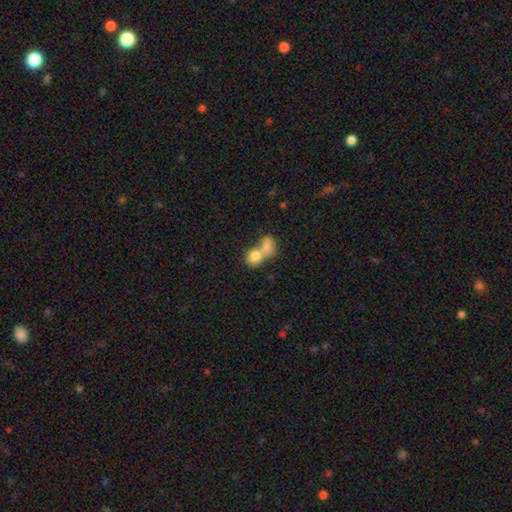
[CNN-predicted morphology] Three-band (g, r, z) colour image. It shows a smooth galaxy with no disk features (80%) that is round (54%). Merging: merger (68%).